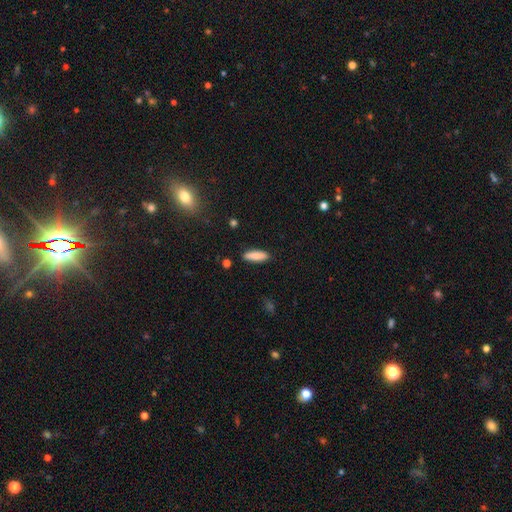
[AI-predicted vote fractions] A smooth galaxy with no disk features (86%) that is cigar-shaped (51%).

Vote fractions:
- Smooth or featured? smooth: 86% / featured or disk: 8% / star or artifact: 6%
- How rounded? cigar-shaped: 51% / in between: 47% / round: 2%
- Merging? none: 87% / minor disturbance: 9% / major disturbance: 2% / merger: 2%